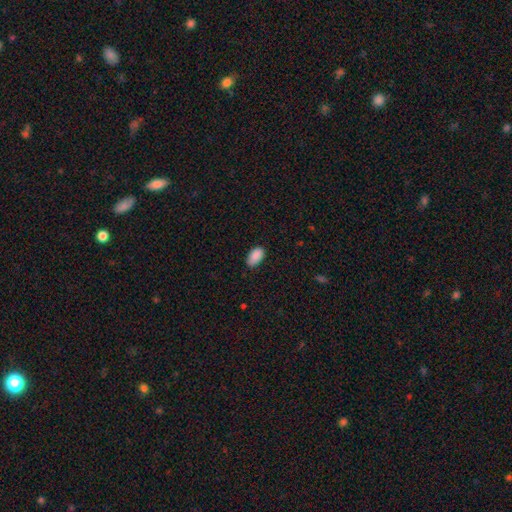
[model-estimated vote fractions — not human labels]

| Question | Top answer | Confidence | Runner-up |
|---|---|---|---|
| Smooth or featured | smooth | 90% | star or artifact (7%) |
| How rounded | in between | 94% | round (4%) |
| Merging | none | 79% | minor disturbance (17%) |